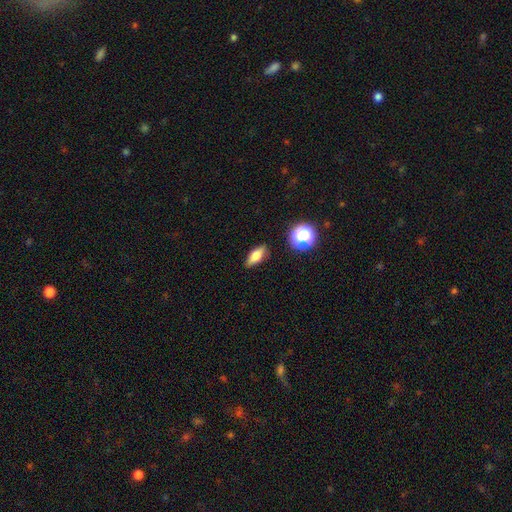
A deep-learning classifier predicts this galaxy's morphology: This appears to be a smooth galaxy with no disk features (60%) that is in between round and cigar-shaped (63%). Merging: none (86%).